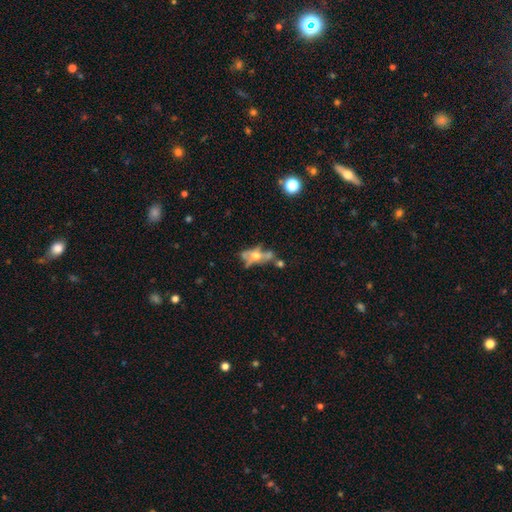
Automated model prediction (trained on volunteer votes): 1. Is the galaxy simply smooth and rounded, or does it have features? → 55% featured or disk, 33% smooth, 12% star or artifact.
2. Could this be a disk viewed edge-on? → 74% no, 26% yes.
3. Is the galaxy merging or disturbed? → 32% none, 29% merger, 22% major disturbance, 17% minor disturbance.